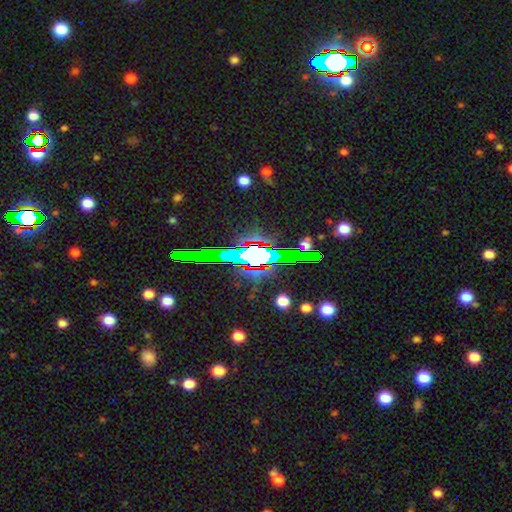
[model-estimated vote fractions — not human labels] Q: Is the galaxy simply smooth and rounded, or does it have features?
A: star or artifact — 65%.